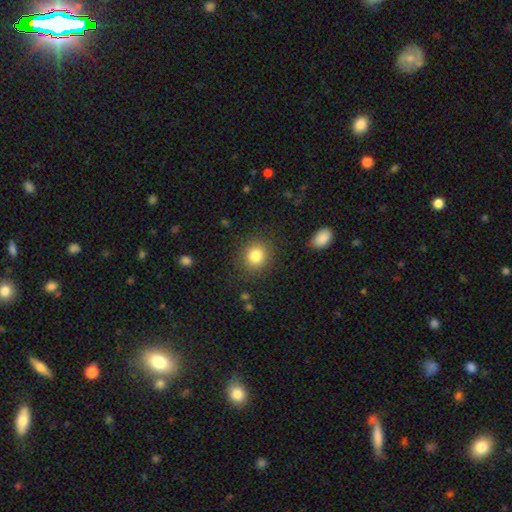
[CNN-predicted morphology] Overall: smooth (82%). How rounded: round (81%). Merging: none (86%).